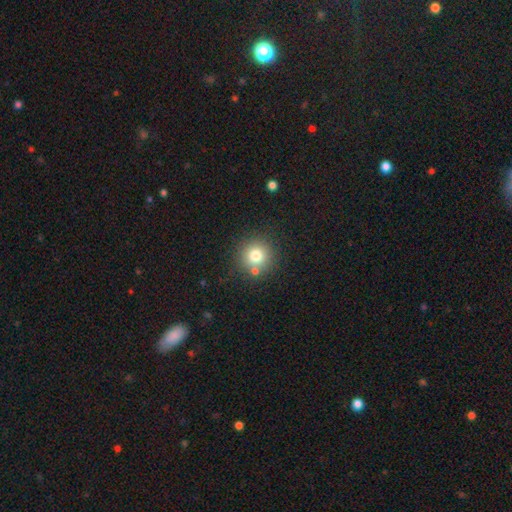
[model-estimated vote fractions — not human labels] A smooth galaxy with no disk features (76%) that is round (94%). Merging: none (79%).